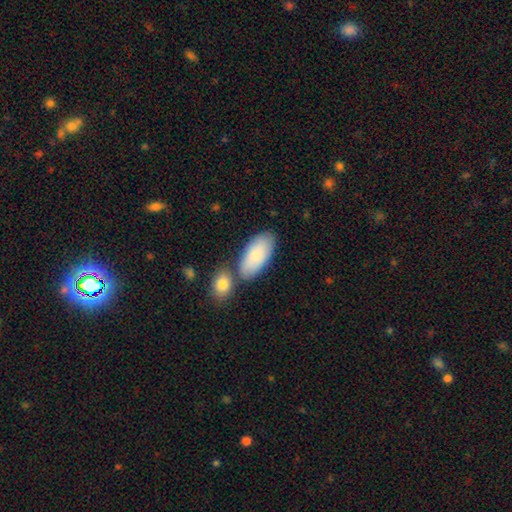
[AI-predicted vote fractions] The model was most divided on "merging": none: 63%, merger: 20%, minor disturbance: 14%, major disturbance: 3%. More confident: how rounded — in between (92%); smooth or featured — smooth (84%).